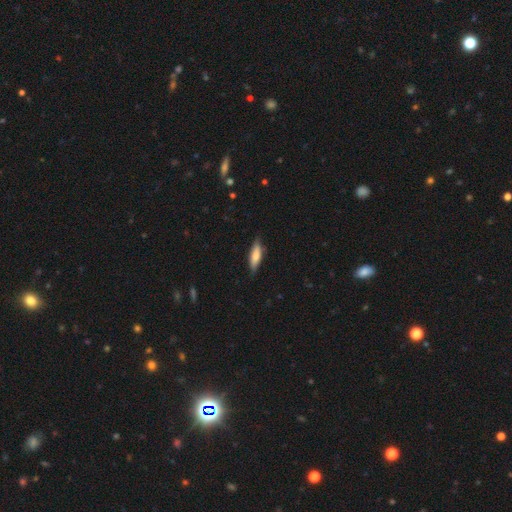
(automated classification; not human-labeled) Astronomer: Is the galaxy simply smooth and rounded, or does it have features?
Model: smooth — 72%.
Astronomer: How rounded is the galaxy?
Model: cigar-shaped — 58% (runner-up: in between, 40%).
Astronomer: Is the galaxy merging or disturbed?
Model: none — 79%.